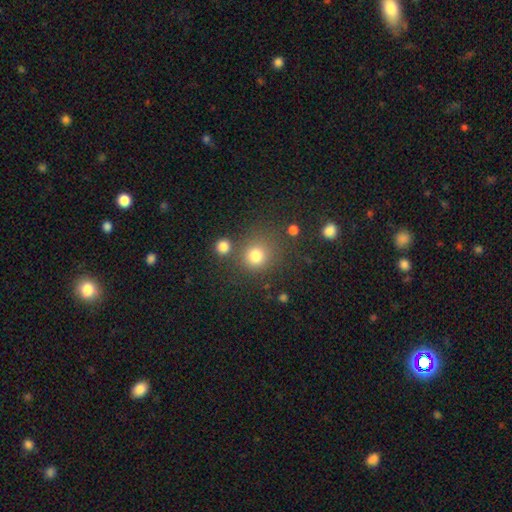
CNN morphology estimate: Smooth or featured? Predicted: smooth (p=0.79). How rounded? Predicted: round (p=0.87). Merging? Predicted: none (p=0.70).